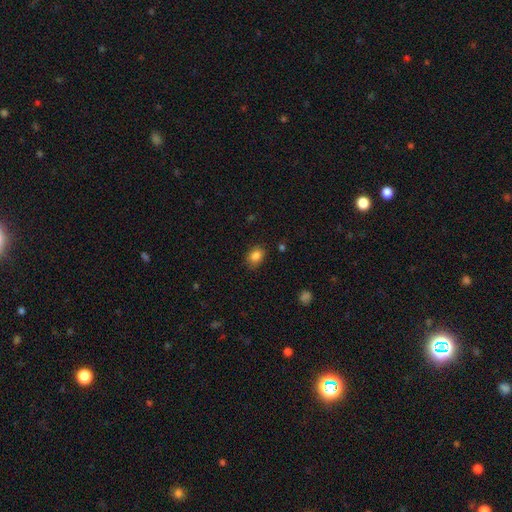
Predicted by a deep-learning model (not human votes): A smooth galaxy with no disk features (85%) that is in between round and cigar-shaped (62%). Merging: none (80%).